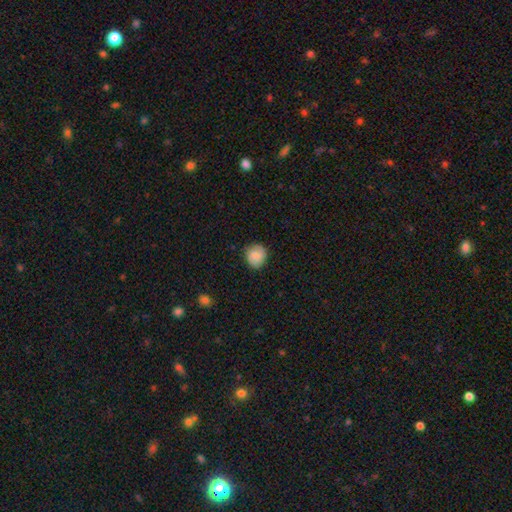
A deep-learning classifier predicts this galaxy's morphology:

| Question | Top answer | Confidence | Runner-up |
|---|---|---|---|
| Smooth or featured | smooth | 81% | featured or disk (11%) |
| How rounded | round | 85% | in between (15%) |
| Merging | none | 84% | minor disturbance (12%) |